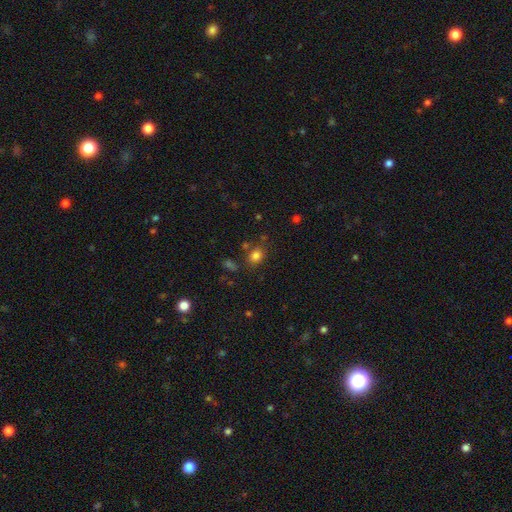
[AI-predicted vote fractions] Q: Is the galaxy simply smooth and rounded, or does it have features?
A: smooth — 80%.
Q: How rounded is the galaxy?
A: round — 52%.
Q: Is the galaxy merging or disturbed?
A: none — 75%.